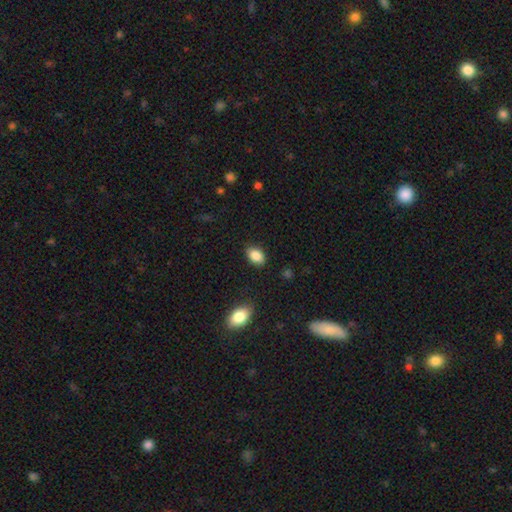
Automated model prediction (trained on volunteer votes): This is clearly a smooth galaxy (87%). How rounded: clearly in between (84%). Merging: clearly none (86%).